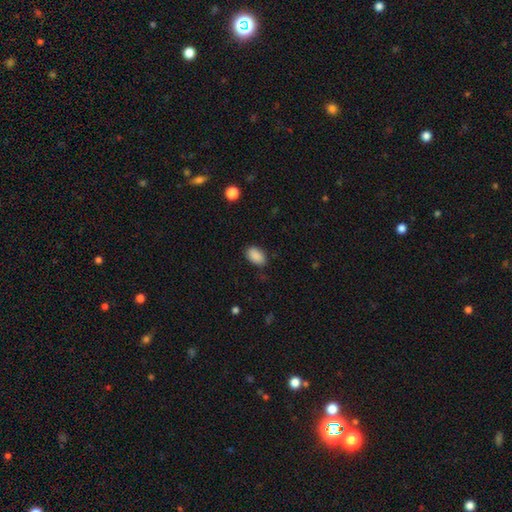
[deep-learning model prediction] This is clearly a smooth galaxy (89%). How rounded: clearly in between (92%). Merging: clearly none (83%).